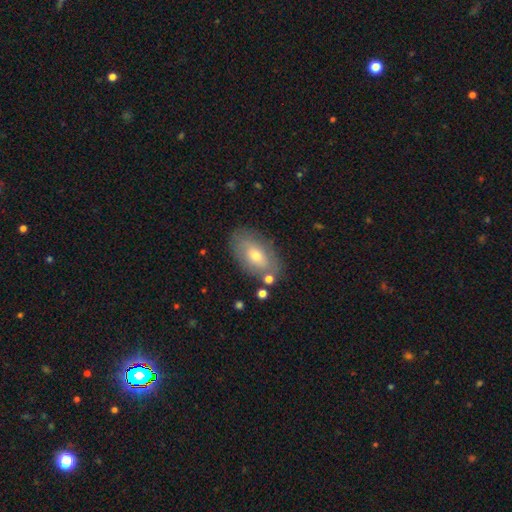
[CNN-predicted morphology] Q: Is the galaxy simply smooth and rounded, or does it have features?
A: smooth — 65%.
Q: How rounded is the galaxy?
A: in between — 92%.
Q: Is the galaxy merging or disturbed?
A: none — 76%.